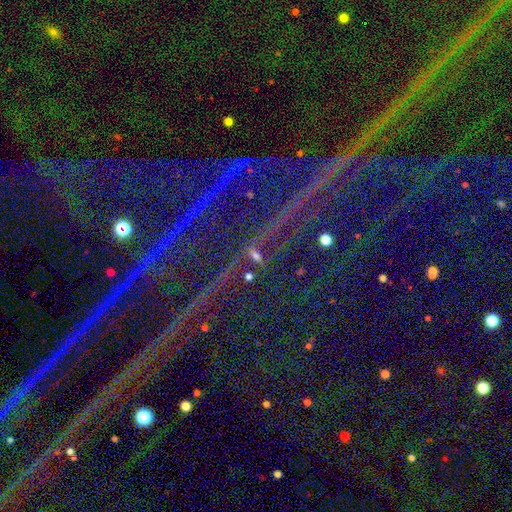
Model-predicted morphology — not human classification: Q: Smooth or featured?
A: star or artifact (66%); runner-up: featured or disk (17%)